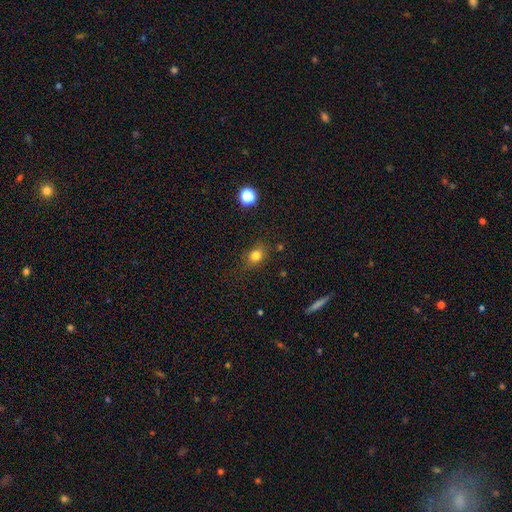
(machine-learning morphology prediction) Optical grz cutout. It shows a smooth galaxy with no disk features (80%) that is round (55%). Merging: none (79%).